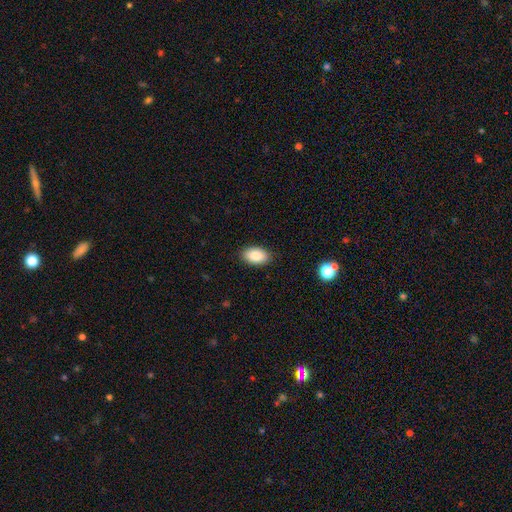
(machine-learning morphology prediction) A smooth galaxy with no disk features (88%) that is in between round and cigar-shaped (93%).

Vote fractions:
- Smooth or featured? smooth: 88% / star or artifact: 7% / featured or disk: 5%
- How rounded? in between: 93% / round: 5% / cigar-shaped: 1%
- Merging? none: 89% / minor disturbance: 8% / major disturbance: 2% / merger: 1%